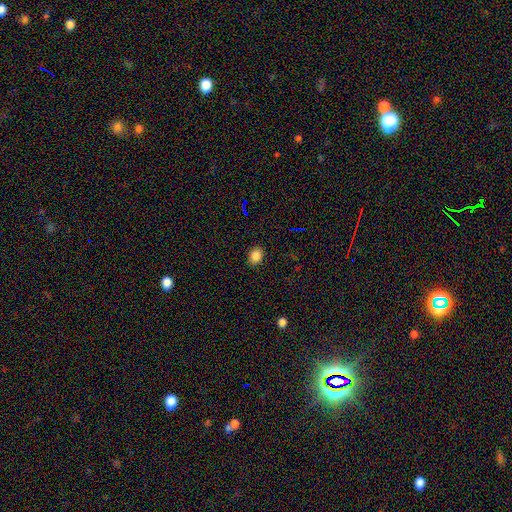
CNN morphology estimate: Q: Smooth or featured?
A: smooth (84%); runner-up: star or artifact (11%)
Q: How rounded?
A: in between (57%); runner-up: round (42%)
Q: Merging?
A: none (88%); runner-up: minor disturbance (9%)